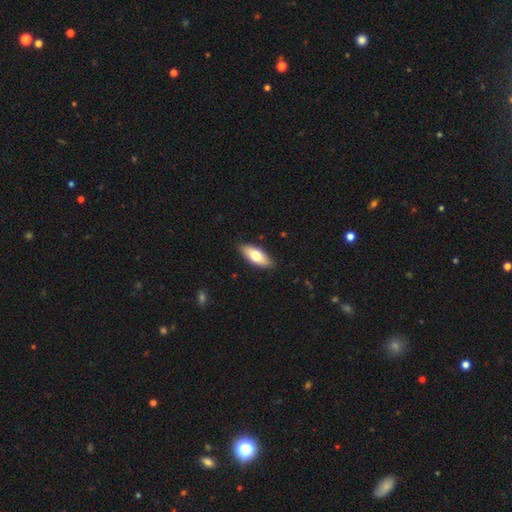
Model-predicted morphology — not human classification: Smooth or featured? smooth (75%)
How rounded? in between (79%)
Merging? none (88%)